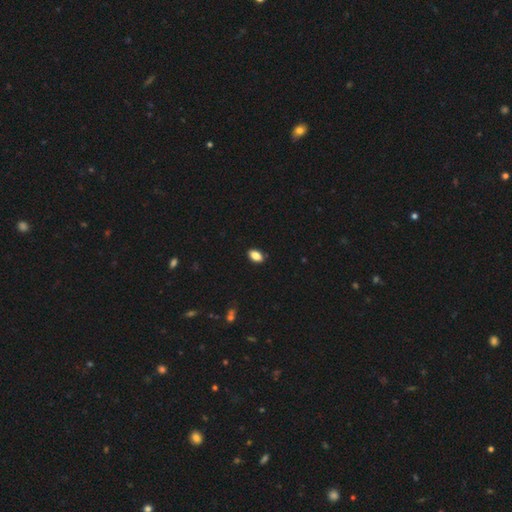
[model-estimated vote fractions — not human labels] smooth-or-featured: smooth: 86% | star or artifact: 9% | featured or disk: 5%
  how-rounded: in between: 90% | round: 7% | cigar-shaped: 2%
  merging: none: 88% | minor disturbance: 9% | major disturbance: 2% | merger: 1%